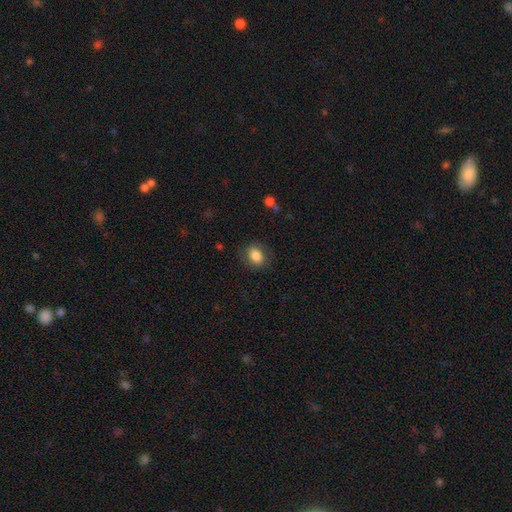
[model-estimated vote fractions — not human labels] Smooth or featured?
  - smooth: 83% *
  - featured or disk: 9%
  - star or artifact: 8%
How rounded?
  - in between: 72% *
  - round: 27%
  - cigar-shaped: 1%
Merging?
  - none: 80% *
  - minor disturbance: 14%
  - major disturbance: 5%
  - merger: 1%